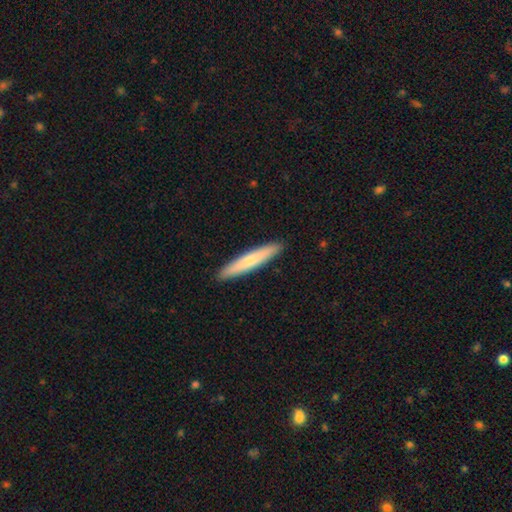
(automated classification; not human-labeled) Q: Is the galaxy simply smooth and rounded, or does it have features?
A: smooth — 73%.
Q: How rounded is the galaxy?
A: cigar-shaped — 93%.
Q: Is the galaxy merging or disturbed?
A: none — 92%.